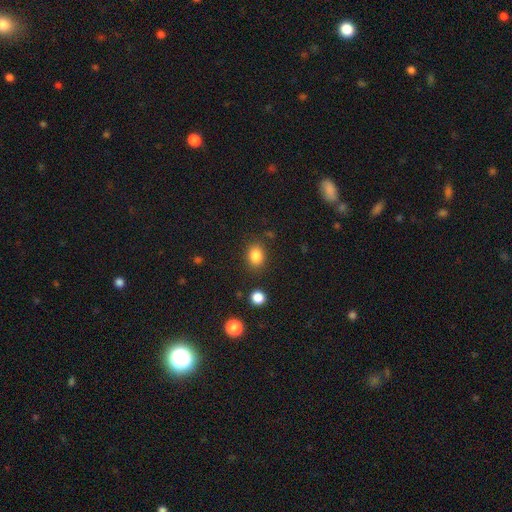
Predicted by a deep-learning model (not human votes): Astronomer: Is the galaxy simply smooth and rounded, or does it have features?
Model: smooth — 84%.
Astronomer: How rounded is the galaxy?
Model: in between — 54% (runner-up: round, 45%).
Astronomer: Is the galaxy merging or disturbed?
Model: none — 82%.